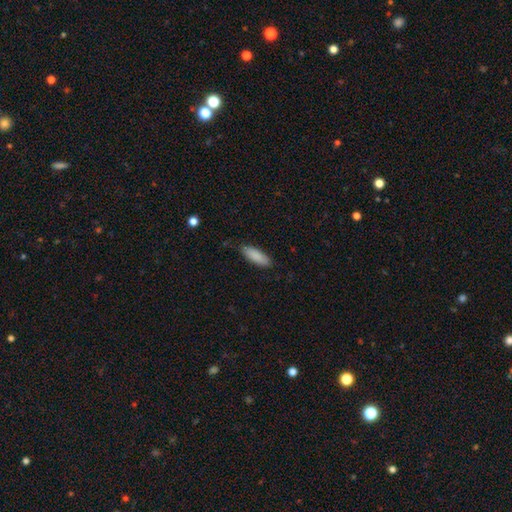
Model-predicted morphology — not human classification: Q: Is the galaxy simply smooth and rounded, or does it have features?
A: smooth — 88%.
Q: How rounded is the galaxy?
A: in between — 58%.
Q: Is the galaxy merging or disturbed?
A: none — 82%.